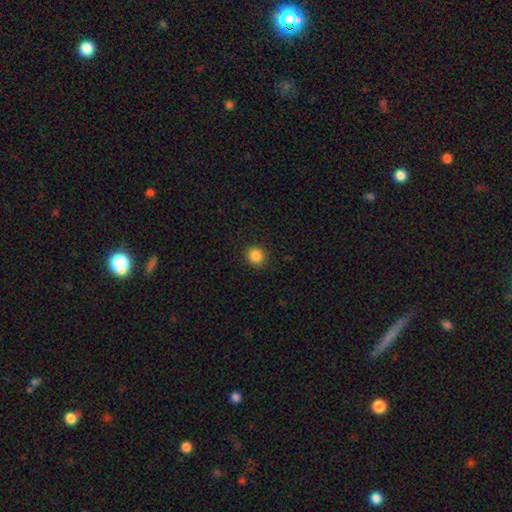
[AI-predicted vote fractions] A smooth galaxy with no disk features (86%) that is round (89%). Merging: none (91%).